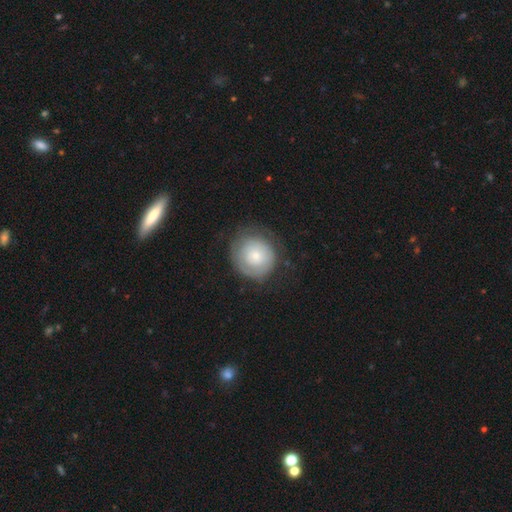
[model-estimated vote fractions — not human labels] smooth-or-featured: smooth: 58% | featured or disk: 35% | star or artifact: 7%
  how-rounded: round: 90% | in between: 9% | cigar-shaped: 1%
  merging: none: 69% | minor disturbance: 20% | major disturbance: 10% | merger: 1%